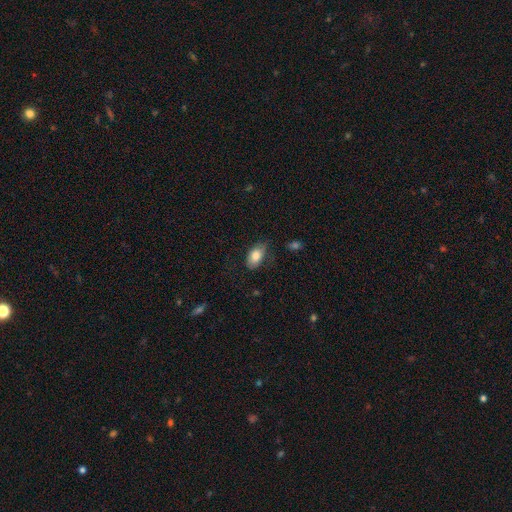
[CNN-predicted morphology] A smooth galaxy with no disk features (81%) that is in between round and cigar-shaped (92%).

Vote fractions:
- Smooth or featured? smooth: 81% / featured or disk: 12% / star or artifact: 7%
- How rounded? in between: 92% / round: 6% / cigar-shaped: 2%
- Merging? none: 69% / minor disturbance: 23% / major disturbance: 6% / merger: 2%